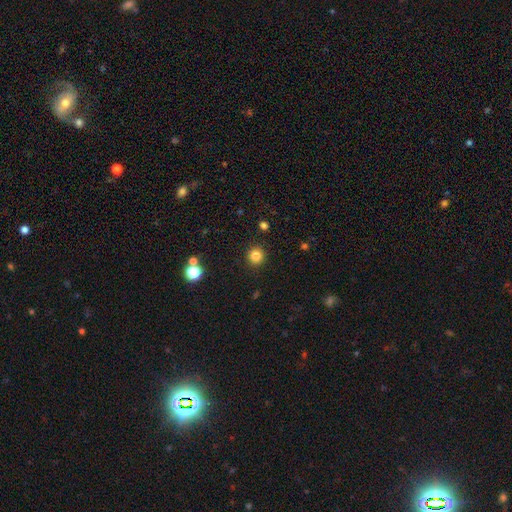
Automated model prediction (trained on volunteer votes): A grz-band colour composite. It shows a smooth galaxy with no disk features (83%) that is round (93%). Merging: none (91%).